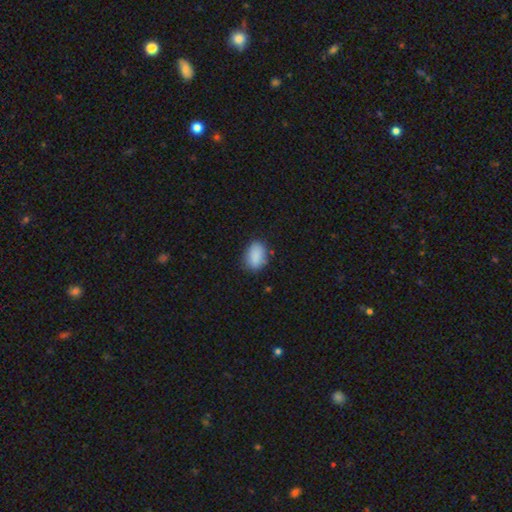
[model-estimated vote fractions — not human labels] smooth-or-featured: smooth: 87% | star or artifact: 8% | featured or disk: 5%
  how-rounded: in between: 85% | round: 13% | cigar-shaped: 2%
  merging: none: 78% | minor disturbance: 17% | major disturbance: 4% | merger: 2%